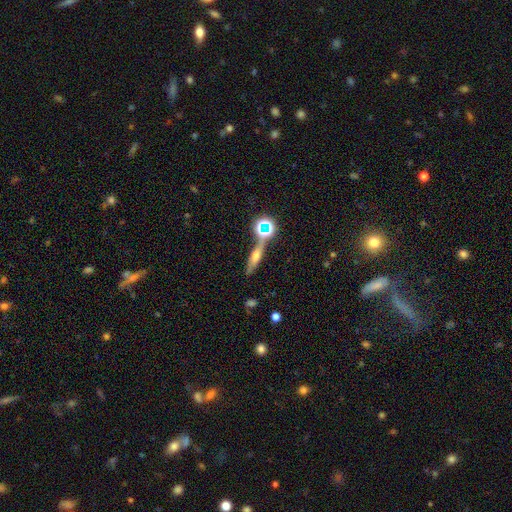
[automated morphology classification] A featured or disk galaxy (44%).

Vote fractions:
- Smooth or featured? featured or disk: 44% / smooth: 36% / star or artifact: 20%
- Merging? none: 69% / merger: 14% / minor disturbance: 12% / major disturbance: 5%